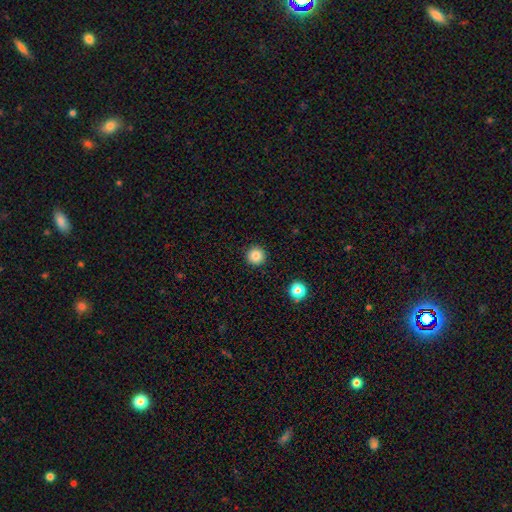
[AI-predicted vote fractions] The model was most divided on "smooth or featured": smooth: 84%, star or artifact: 11%, featured or disk: 5%. More confident: how rounded — round (96%); merging — none (93%).